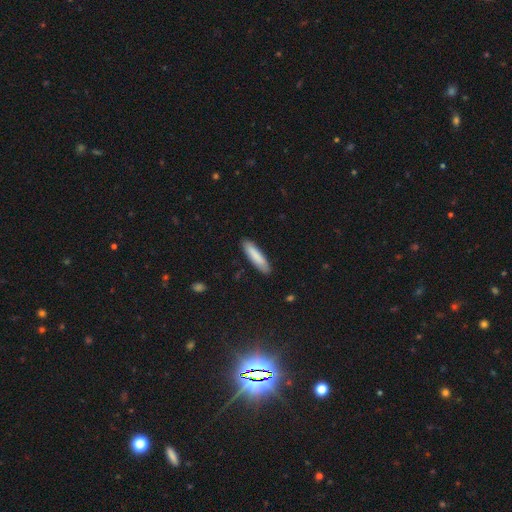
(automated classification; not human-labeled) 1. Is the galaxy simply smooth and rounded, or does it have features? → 85% smooth, 10% featured or disk, 5% star or artifact.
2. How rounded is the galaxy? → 76% cigar-shaped, 23% in between, 1% round.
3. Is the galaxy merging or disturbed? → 88% none, 9% minor disturbance, 2% major disturbance, 1% merger.